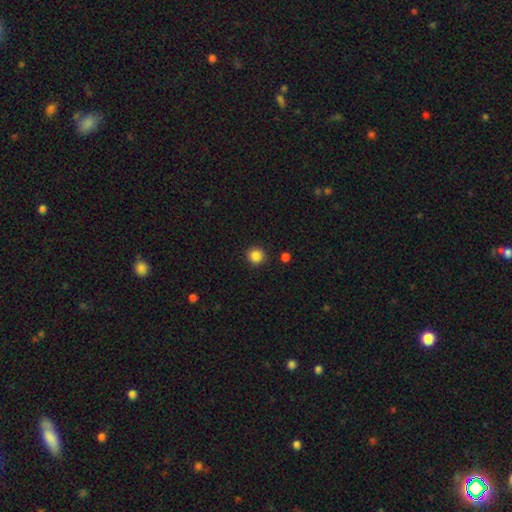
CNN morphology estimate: This appears to be a smooth galaxy with no disk features (86%) that is round (94%). Merging: none (90%).